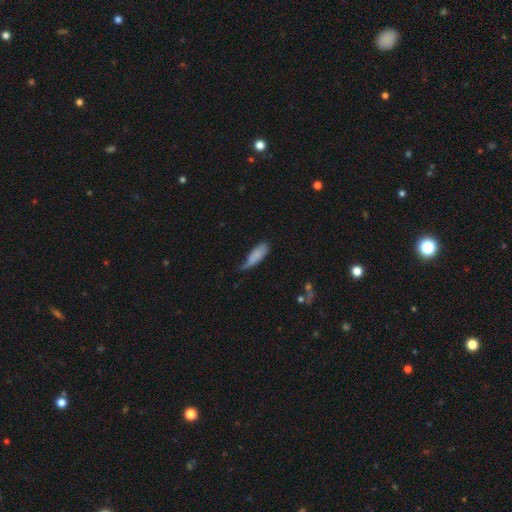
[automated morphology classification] Smooth or featured?
  - smooth: 78% *
  - featured or disk: 16%
  - star or artifact: 7%
How rounded?
  - in between: 67% *
  - cigar-shaped: 31%
  - round: 2%
Merging?
  - minor disturbance: 47% *
  - none: 30%
  - major disturbance: 20%
  - merger: 3%